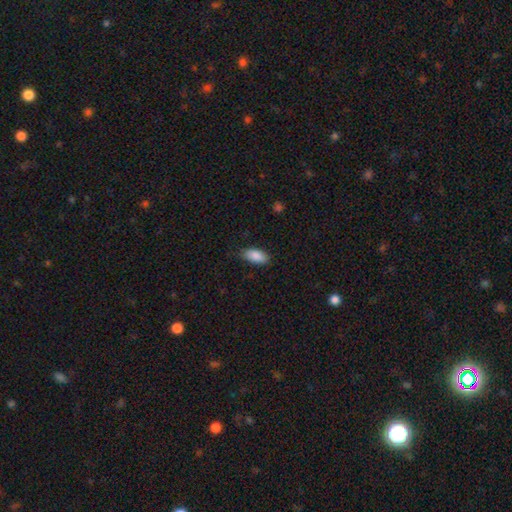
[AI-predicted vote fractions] The model was most divided on "merging": none: 82%, minor disturbance: 14%, major disturbance: 3%, merger: 1%. More confident: how rounded — in between (91%); smooth or featured — smooth (89%).